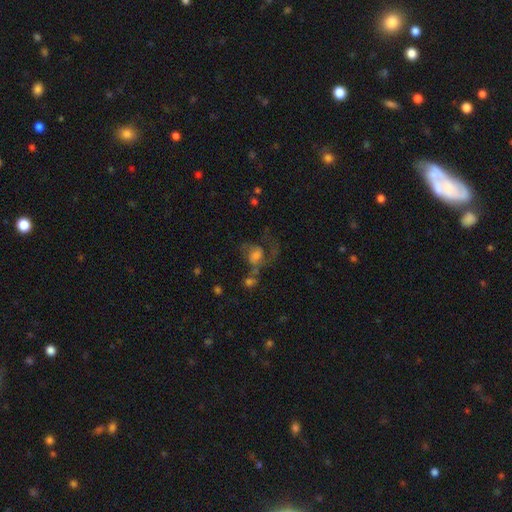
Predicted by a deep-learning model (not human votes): This is possibly a featured or disk galaxy (52%). It is clearly not viewed edge-on (97%). Bar: possibly no (57%). Spiral arm pattern: likely yes (75%). Central bulge: marginally moderate (41%). Merging: marginally major disturbance (37%).